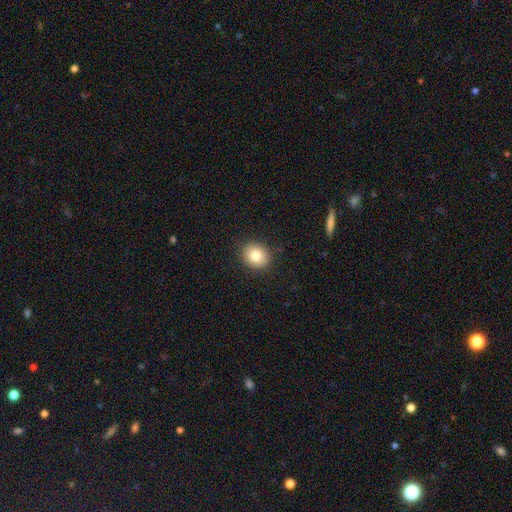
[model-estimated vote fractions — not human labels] smooth 82%, star or artifact 10%, featured or disk 8%. Down the decision tree: how rounded — round (73%); merging — none (89%).